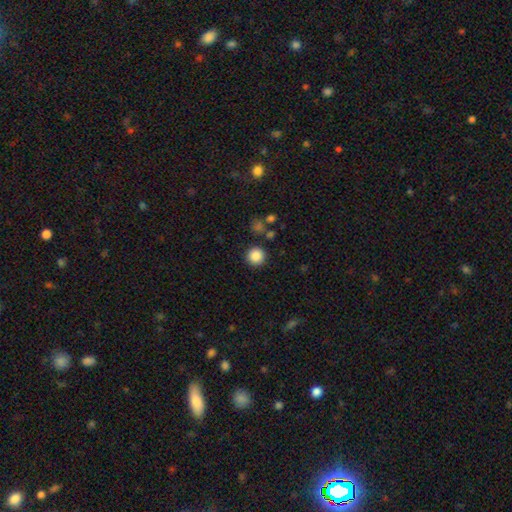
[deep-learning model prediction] Morphology: type=smooth (86%); roundness=round (95%); merging=none (88%).